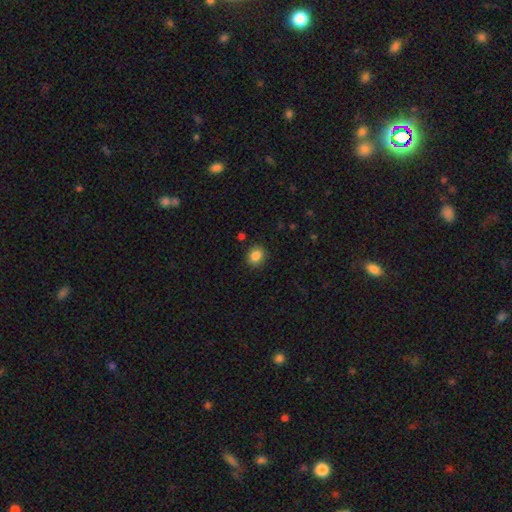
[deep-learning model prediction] This appears to be a smooth galaxy with no disk features (85%) that is round (73%). Merging: none (89%).